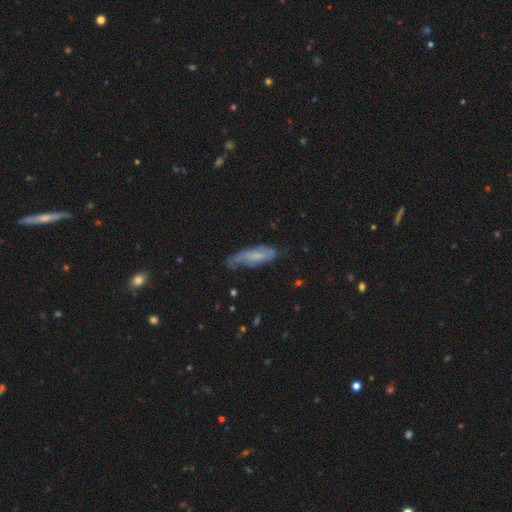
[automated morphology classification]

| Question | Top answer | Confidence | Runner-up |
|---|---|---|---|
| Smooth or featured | featured or disk | 47% | smooth (45%) |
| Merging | none | 44% | minor disturbance (33%) |